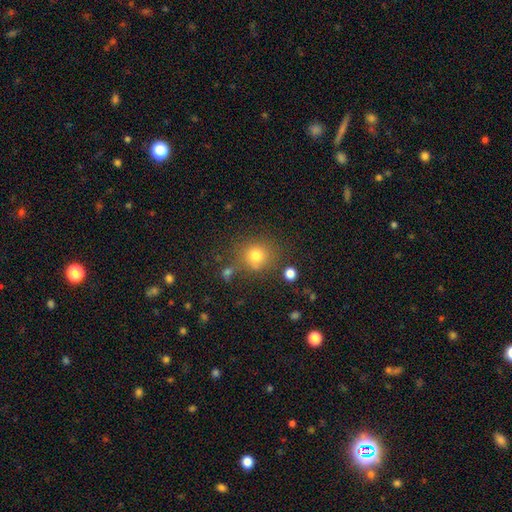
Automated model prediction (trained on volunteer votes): smooth-or-featured: smooth: 77% | star or artifact: 15% | featured or disk: 8%
  how-rounded: round: 87% | in between: 12% | cigar-shaped: 1%
  merging: none: 75% | minor disturbance: 12% | merger: 8% | major disturbance: 5%